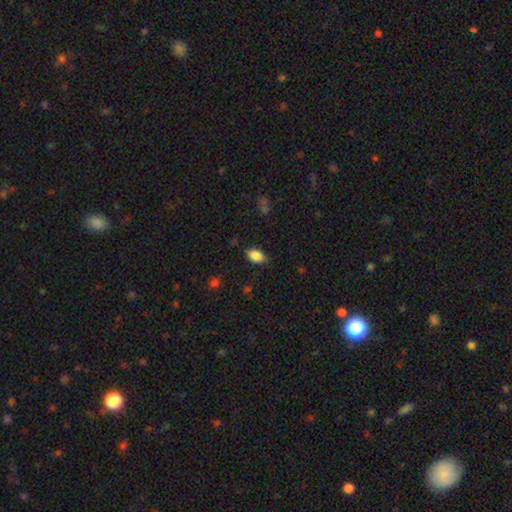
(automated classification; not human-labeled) The model was most divided on "merging": none: 81%, minor disturbance: 15%, major disturbance: 3%, merger: 1%. More confident: how rounded — in between (91%); smooth or featured — smooth (86%).